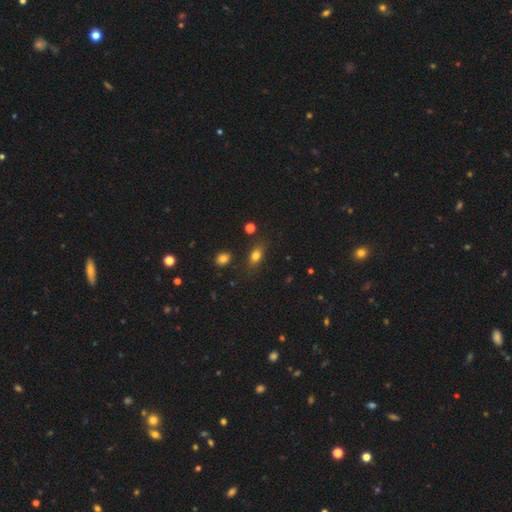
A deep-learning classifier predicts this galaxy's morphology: This is likely a smooth galaxy (77%). How rounded: likely in between (75%). Merging: likely none (79%).